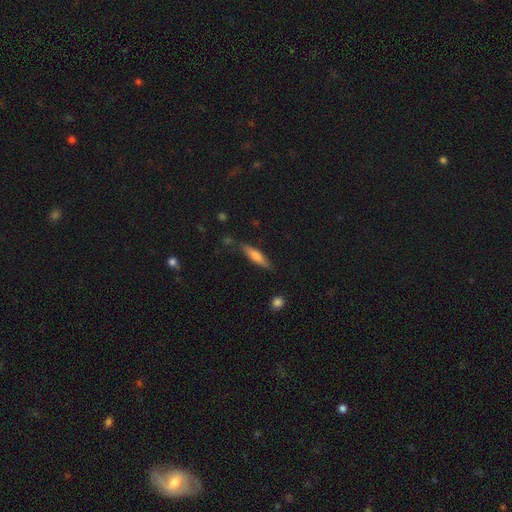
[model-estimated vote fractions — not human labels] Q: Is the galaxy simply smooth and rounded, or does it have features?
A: smooth — 64%.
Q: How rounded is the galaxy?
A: cigar-shaped — 75%.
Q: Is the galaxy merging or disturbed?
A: none — 80%.